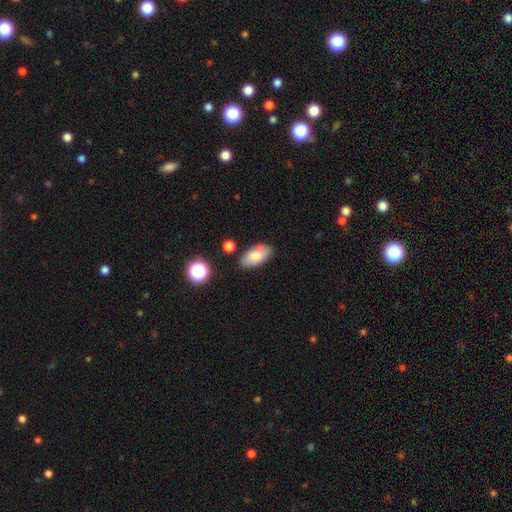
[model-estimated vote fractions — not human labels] smooth-or-featured: smooth: 75% | featured or disk: 17% | star or artifact: 8%
  how-rounded: in between: 93% | round: 4% | cigar-shaped: 3%
  merging: none: 75% | minor disturbance: 16% | merger: 5% | major disturbance: 3%